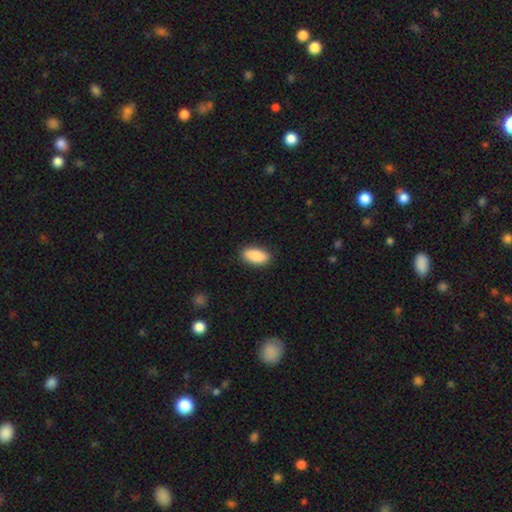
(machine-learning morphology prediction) Q: Smooth or featured?
A: smooth (90%); runner-up: star or artifact (6%)
Q: How rounded?
A: in between (91%); runner-up: cigar-shaped (7%)
Q: Merging?
A: none (90%); runner-up: minor disturbance (8%)